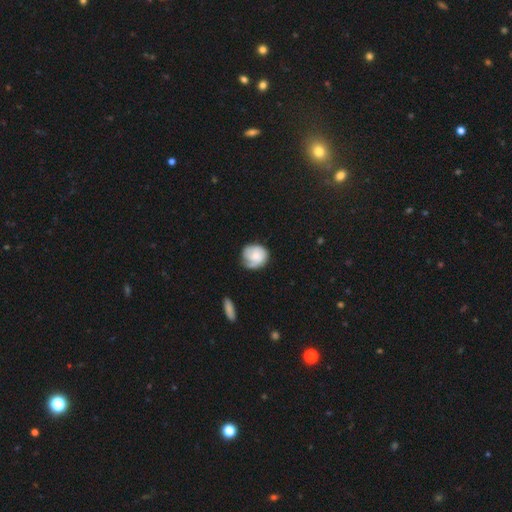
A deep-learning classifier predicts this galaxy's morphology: Smooth or featured: featured or disk — 50% (smooth — 43%)
Edge-on disk: no — 97% (yes — 3%)
Merging: none — 60% (minor disturbance — 28%)